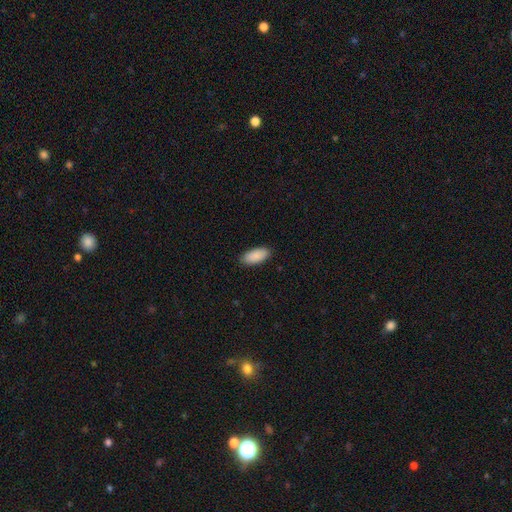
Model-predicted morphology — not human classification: This is clearly a smooth galaxy (90%). How rounded: clearly in between (89%). Merging: clearly none (89%).